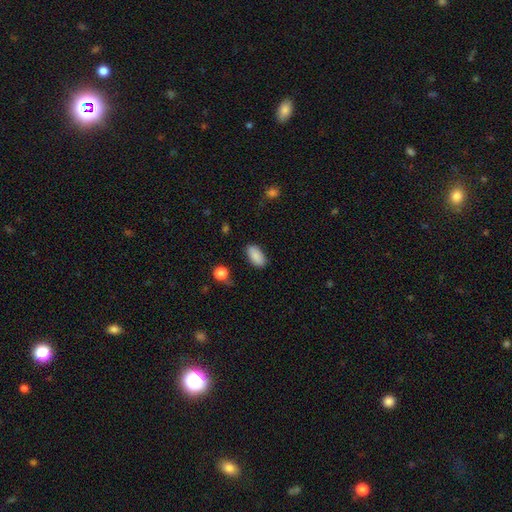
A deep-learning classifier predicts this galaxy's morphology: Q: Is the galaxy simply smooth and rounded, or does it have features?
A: smooth — 89%.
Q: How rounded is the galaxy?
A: in between — 93%.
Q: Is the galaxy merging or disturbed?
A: none — 84%.